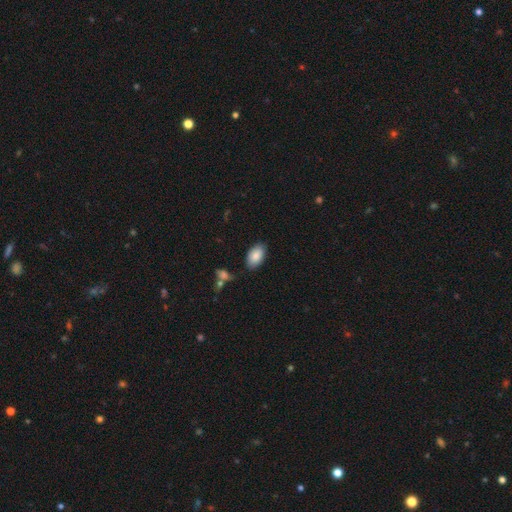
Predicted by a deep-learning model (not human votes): Smooth or featured? smooth (87%)
How rounded? in between (94%)
Merging? none (82%)